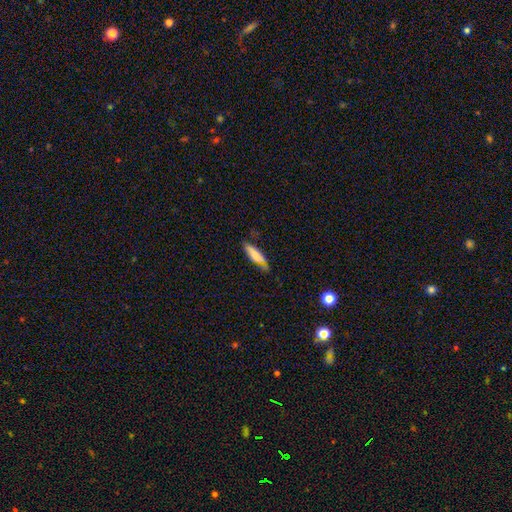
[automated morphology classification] A smooth galaxy with no disk features (77%) that is cigar-shaped (63%).

Vote fractions:
- Smooth or featured? smooth: 77% / featured or disk: 16% / star or artifact: 7%
- How rounded? cigar-shaped: 63% / in between: 36% / round: 2%
- Merging? none: 66% / minor disturbance: 24% / merger: 5% / major disturbance: 5%